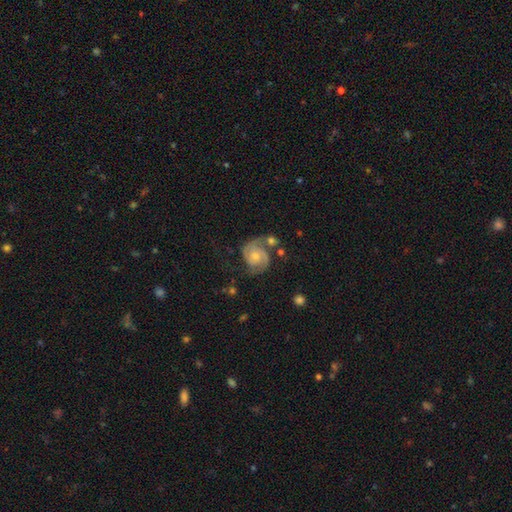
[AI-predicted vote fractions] smooth-or-featured: featured or disk: 83% | smooth: 11% | star or artifact: 6%
  disk-edge-on: no: 98% | yes: 2%
    bar: no: 68% | weak: 27% | strong: 4%
    has-spiral-arms: yes: 96% | no: 4%
      spiral-winding: medium: 45% | tight: 41% | loose: 13%
      spiral-arm-count: 2: 84% | can't tell: 6% | 3: 5% | 1: 3% | 4: 1% | more than 4: 1%
    bulge-size: moderate: 47% | small: 44% | none: 4% | large: 3% | dominant: 1%
  merging: none: 55% | minor disturbance: 21% | major disturbance: 12% | merger: 12%